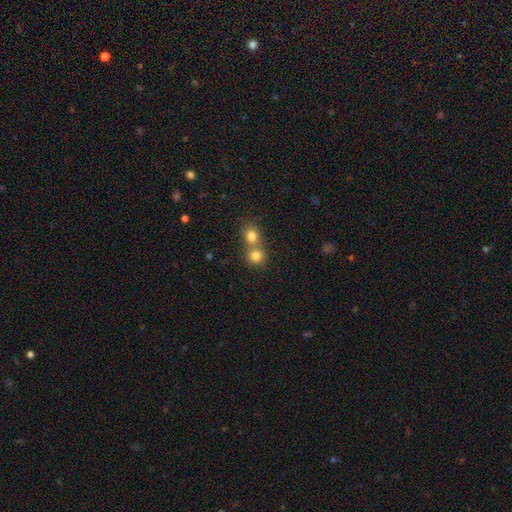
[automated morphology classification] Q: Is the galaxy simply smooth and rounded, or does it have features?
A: smooth — 80%.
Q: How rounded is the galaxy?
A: round — 86%.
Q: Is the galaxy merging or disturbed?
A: merger — 50%.